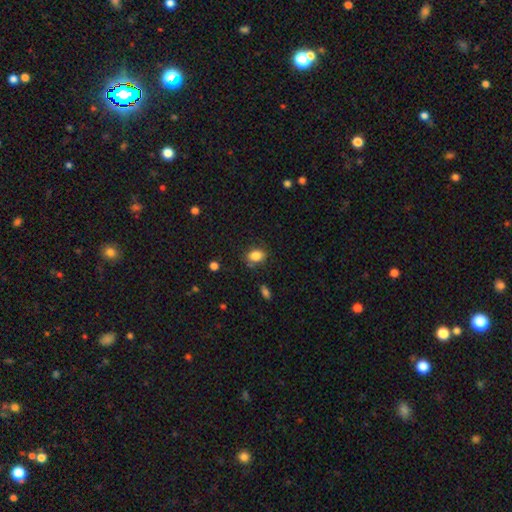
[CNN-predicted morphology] This is clearly a smooth galaxy (85%). How rounded: likely in between (75%). Merging: likely none (78%).